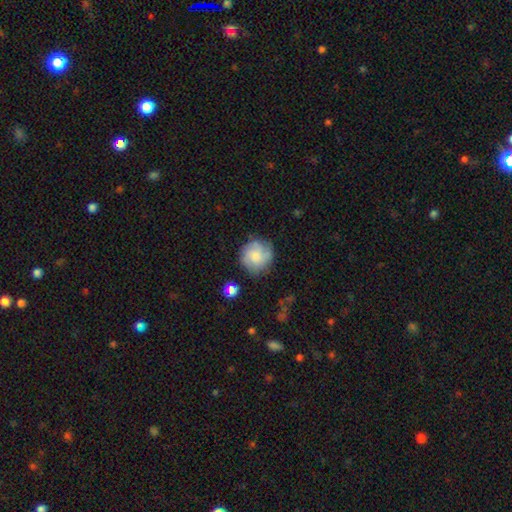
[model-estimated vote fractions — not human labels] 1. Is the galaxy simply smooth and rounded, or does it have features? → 59% smooth, 33% featured or disk, 8% star or artifact.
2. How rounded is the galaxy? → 90% round, 9% in between, 1% cigar-shaped.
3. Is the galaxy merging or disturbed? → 73% none, 18% minor disturbance, 6% major disturbance, 3% merger.